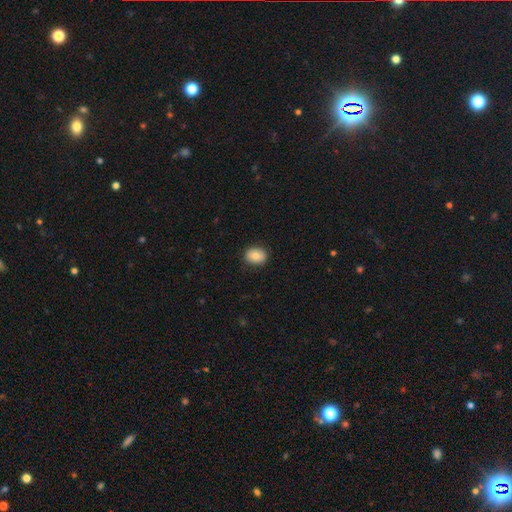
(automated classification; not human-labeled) Smooth or featured: smooth — 83% (featured or disk — 9%)
How rounded: in between — 52% (round — 47%)
Merging: none — 87% (minor disturbance — 10%)